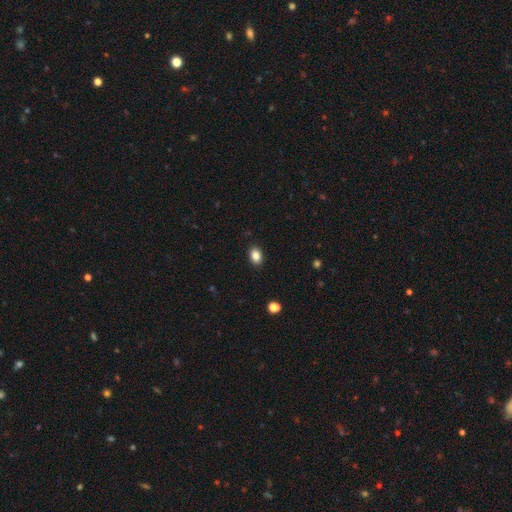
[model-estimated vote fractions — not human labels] Smooth or featured?
  - smooth: 86% *
  - star or artifact: 9%
  - featured or disk: 5%
How rounded?
  - in between: 78% *
  - round: 21%
  - cigar-shaped: 1%
Merging?
  - none: 89% *
  - minor disturbance: 8%
  - major disturbance: 2%
  - merger: 1%